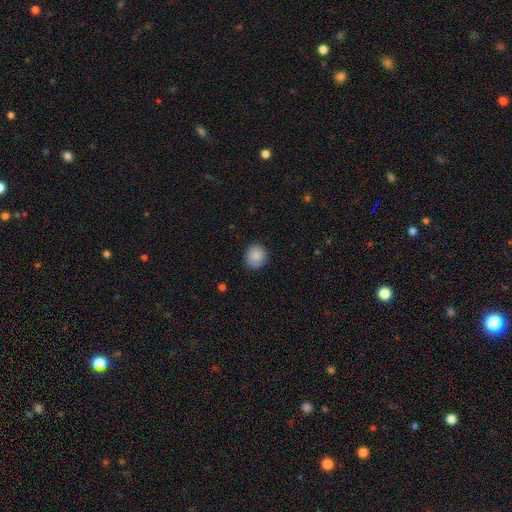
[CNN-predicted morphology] Smooth or featured?
  - smooth: 87% *
  - star or artifact: 8%
  - featured or disk: 6%
How rounded?
  - round: 85% *
  - in between: 14%
  - cigar-shaped: 1%
Merging?
  - none: 88% *
  - minor disturbance: 9%
  - major disturbance: 2%
  - merger: 1%